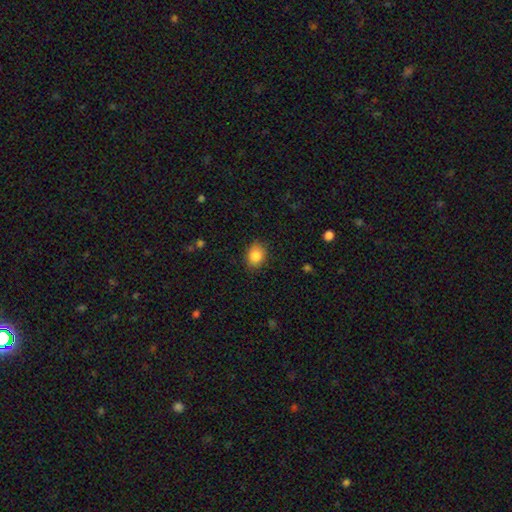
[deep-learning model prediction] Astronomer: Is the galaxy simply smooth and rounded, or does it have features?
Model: smooth — 86%.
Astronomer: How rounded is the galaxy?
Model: in between — 59% (runner-up: round, 40%).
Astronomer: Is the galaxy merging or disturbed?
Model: none — 82%.